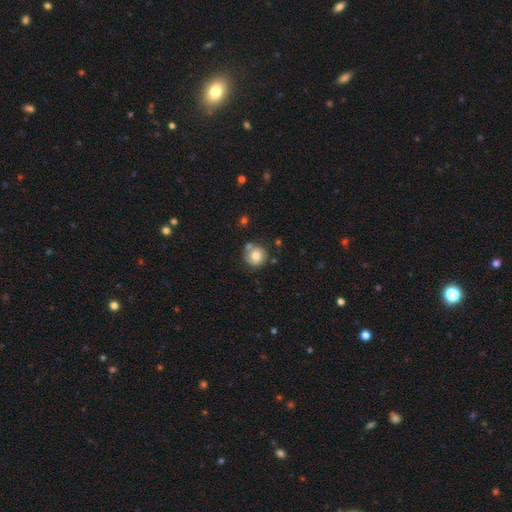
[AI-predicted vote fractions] This is likely a smooth galaxy (71%). How rounded: clearly round (91%). Merging: likely none (65%).